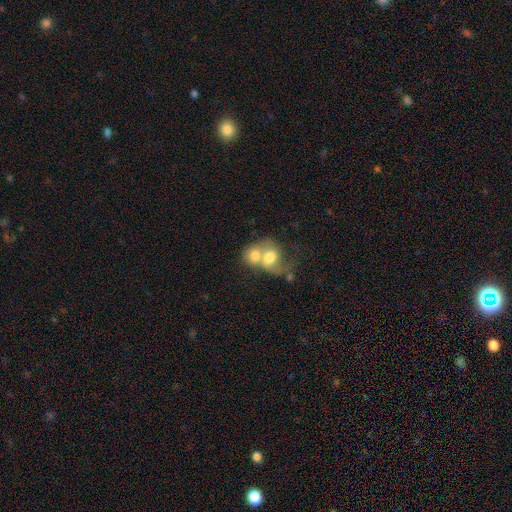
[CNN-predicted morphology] Overall: smooth (55%; featured or disk 35%). How rounded: round (56%; in between 43%). Merging: merger (78%).